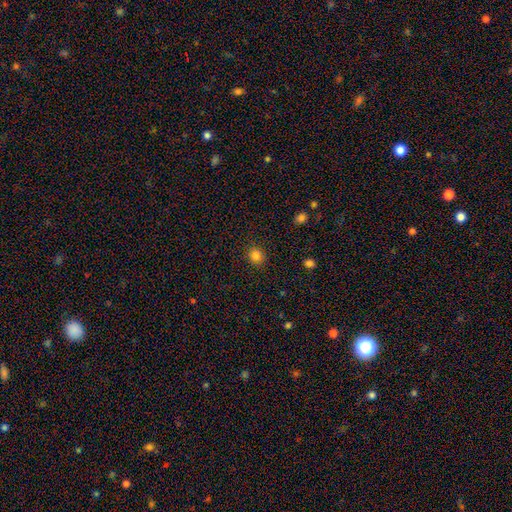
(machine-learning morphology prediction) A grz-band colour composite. It shows a smooth galaxy with no disk features (83%) that is round (83%). Merging: none (89%).